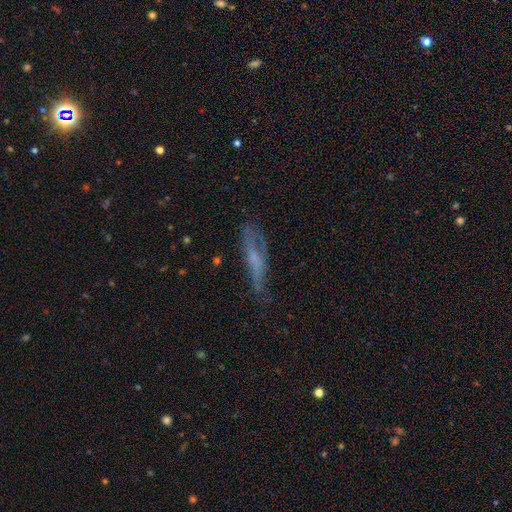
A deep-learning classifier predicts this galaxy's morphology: Smooth or featured? Predicted: featured or disk (p=0.45). Merging? Predicted: none (p=0.67).